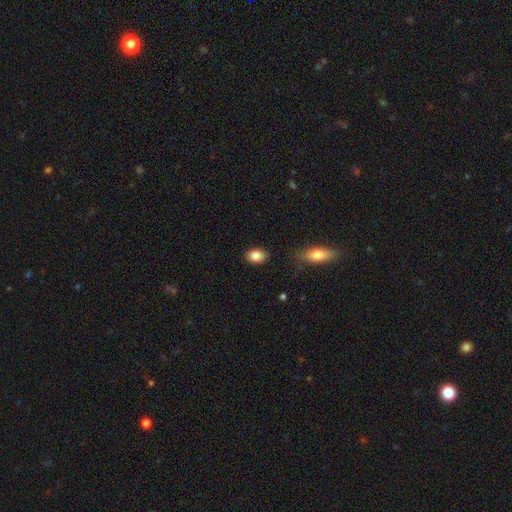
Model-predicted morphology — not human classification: smooth 87%, star or artifact 8%, featured or disk 6%. Down the decision tree: how rounded — in between (77%); merging — none (86%).